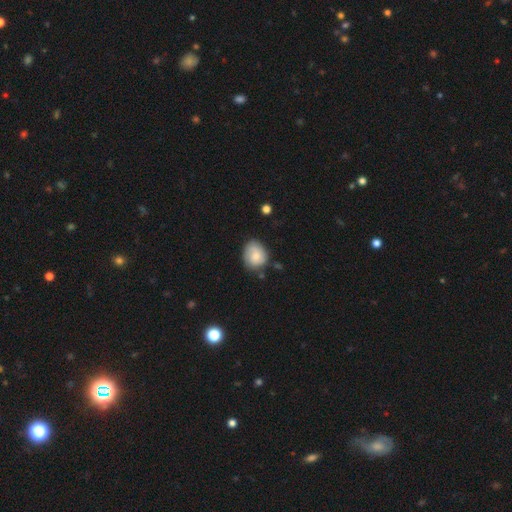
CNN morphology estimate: smooth_or_featured: smooth (p=0.68) [alt: featured or disk p=0.25]
how_rounded: round (p=0.63) [alt: in between p=0.36]
merging: none (p=0.64) [alt: minor disturbance p=0.27]